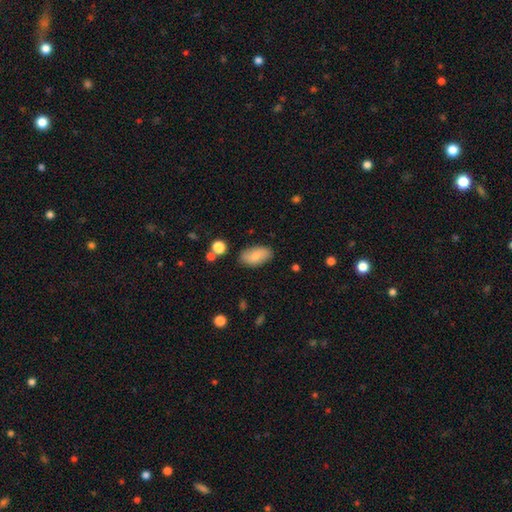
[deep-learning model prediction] This is likely a smooth galaxy (73%). How rounded: clearly in between (93%). Merging: clearly none (81%).